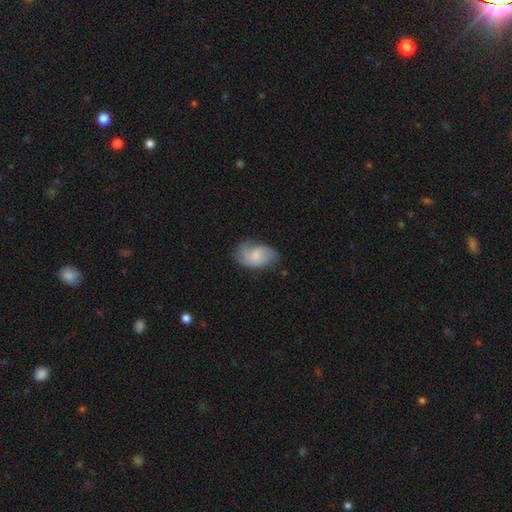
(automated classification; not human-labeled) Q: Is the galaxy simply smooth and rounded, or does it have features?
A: smooth — 53%.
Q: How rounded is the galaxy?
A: in between — 87%.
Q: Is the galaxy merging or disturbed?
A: none — 59%.